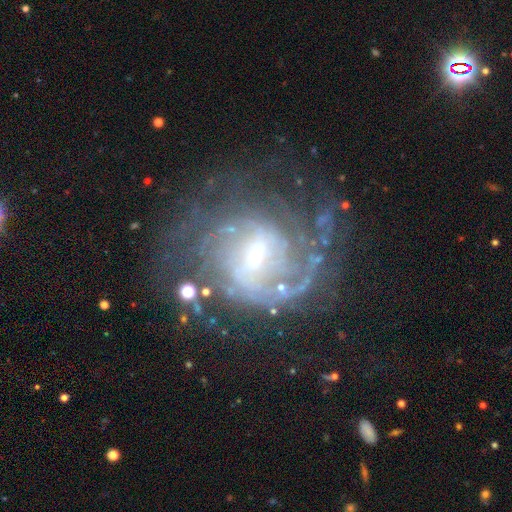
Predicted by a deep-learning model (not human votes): This is clearly a featured or disk galaxy (88%). It is clearly not viewed edge-on (97%). Bar: possibly weak (55%). Spiral arm pattern: clearly yes (96%). Spiral arm count: marginally can't tell (31%). Spiral winding: possibly tight (48%). Central bulge: possibly small (57%). Merging: likely none (63%).